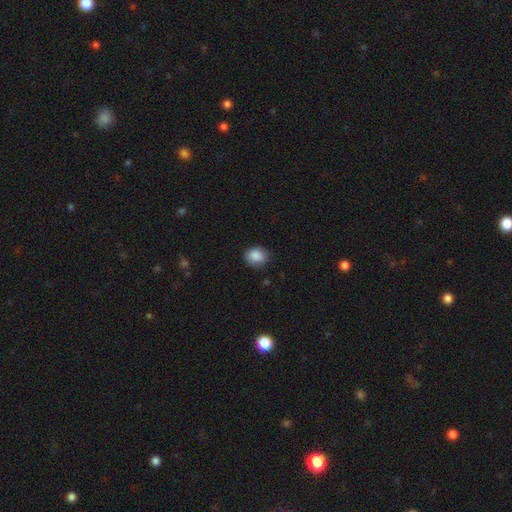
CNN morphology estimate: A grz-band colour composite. It shows a smooth galaxy with no disk features (88%) that is round (54%). Merging: none (81%).